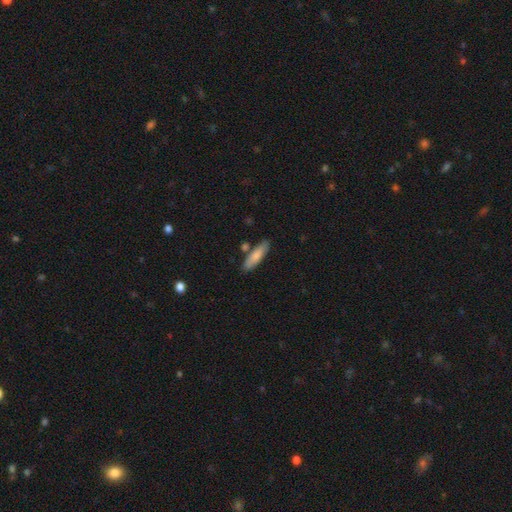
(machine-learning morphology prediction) Q: Smooth or featured?
A: smooth (79%); runner-up: featured or disk (16%)
Q: How rounded?
A: cigar-shaped (68%); runner-up: in between (31%)
Q: Merging?
A: none (77%); runner-up: minor disturbance (13%)